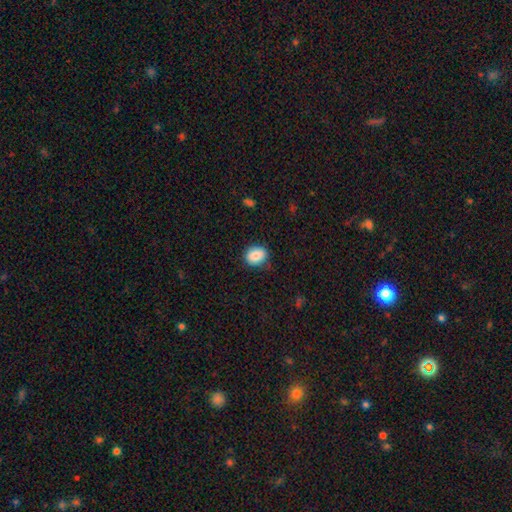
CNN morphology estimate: smooth-or-featured: smooth: 85% | star or artifact: 8% | featured or disk: 6%
  how-rounded: round: 61% | in between: 38% | cigar-shaped: 1%
  merging: none: 82% | minor disturbance: 14% | major disturbance: 3% | merger: 1%